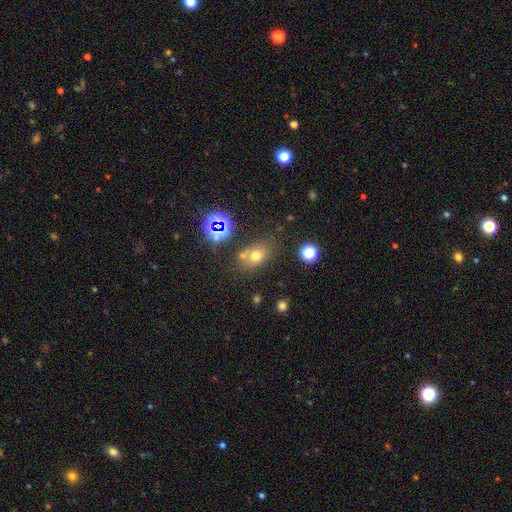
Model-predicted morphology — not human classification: This is likely a smooth galaxy (65%). How rounded: possibly in between (59%). Merging: likely none (63%).